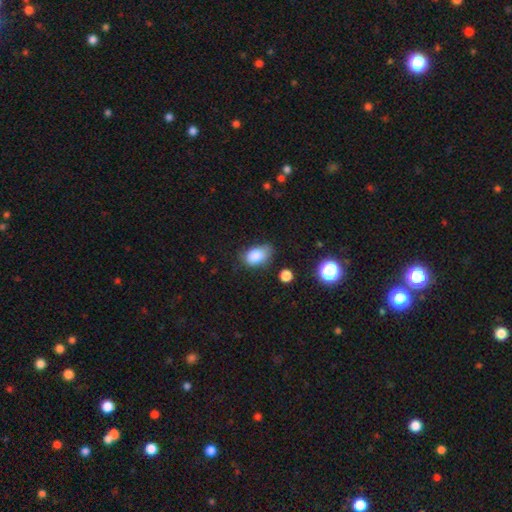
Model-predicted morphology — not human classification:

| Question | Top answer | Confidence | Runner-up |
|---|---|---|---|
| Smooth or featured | smooth | 82% | star or artifact (9%) |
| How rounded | in between | 84% | round (14%) |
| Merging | none | 57% | minor disturbance (32%) |